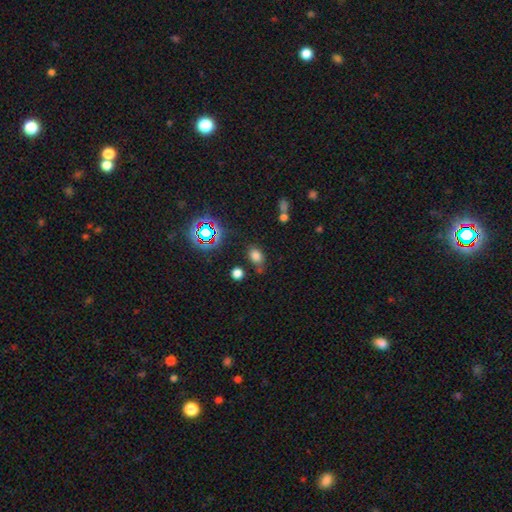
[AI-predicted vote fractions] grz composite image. It shows a smooth galaxy with no disk features (72%) that is in between round and cigar-shaped (71%). Merging: none (69%).